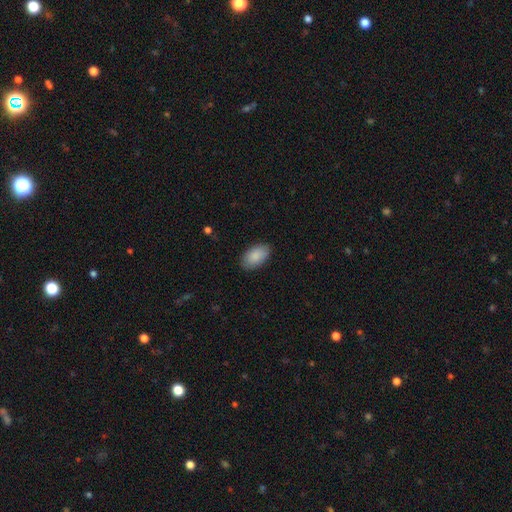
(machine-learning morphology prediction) This appears to be a smooth galaxy with no disk features (88%) that is in between round and cigar-shaped (95%). Merging: none (87%).